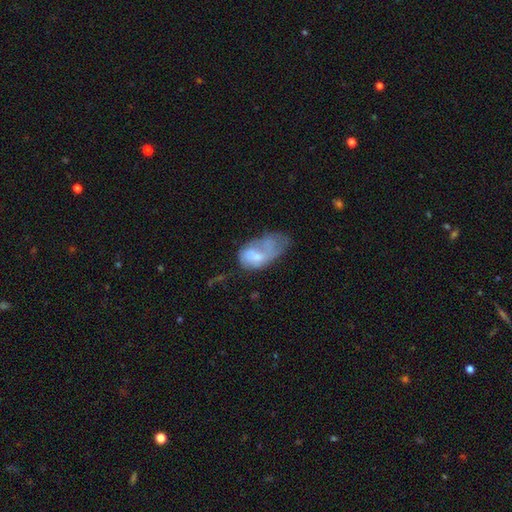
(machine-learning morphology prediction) type=smooth (53%); roundness=in between (90%); merging=major disturbance (40%).